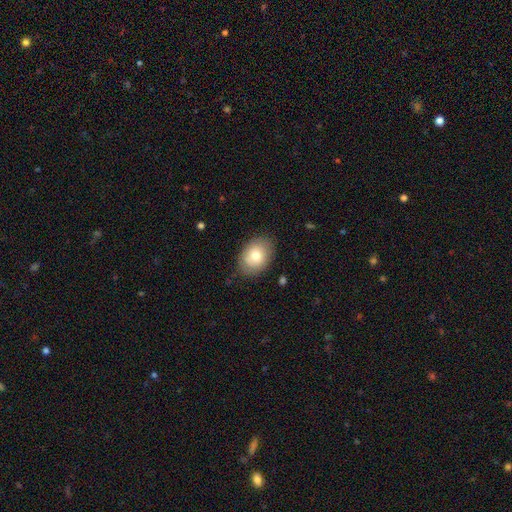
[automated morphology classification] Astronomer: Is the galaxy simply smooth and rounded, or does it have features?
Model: smooth — 75%.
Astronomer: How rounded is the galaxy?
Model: in between — 75%.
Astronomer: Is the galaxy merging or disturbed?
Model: none — 79%.